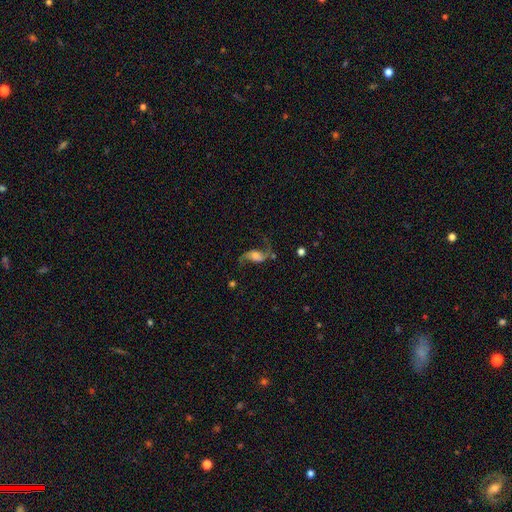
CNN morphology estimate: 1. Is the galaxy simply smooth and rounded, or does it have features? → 83% featured or disk, 10% smooth, 7% star or artifact.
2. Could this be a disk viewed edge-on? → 95% no, 5% yes.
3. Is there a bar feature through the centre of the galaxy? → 48% no, 35% weak, 17% strong.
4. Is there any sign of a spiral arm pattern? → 95% yes, 5% no.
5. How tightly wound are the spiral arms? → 84% loose, 14% medium, 3% tight.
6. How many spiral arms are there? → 92% 2, 3% 1, 2% can't tell, 1% 3, 1% 4, 1% more than 4.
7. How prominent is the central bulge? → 35% moderate, 30% small, 18% large, 14% none, 4% dominant.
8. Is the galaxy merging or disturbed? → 69% none, 15% minor disturbance, 13% major disturbance, 3% merger.